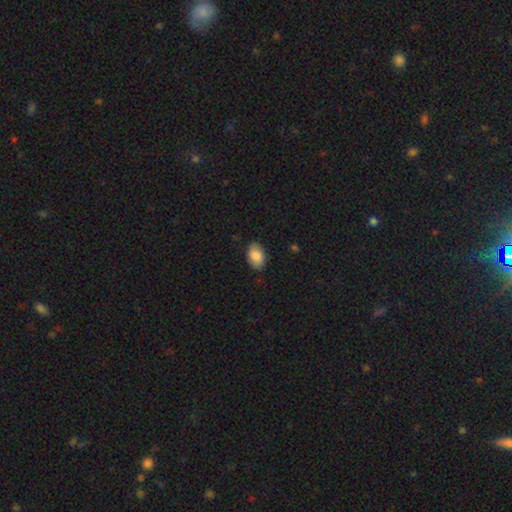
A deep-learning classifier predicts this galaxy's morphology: Q: Smooth or featured?
A: smooth (86%); runner-up: featured or disk (8%)
Q: How rounded?
A: in between (90%); runner-up: round (9%)
Q: Merging?
A: none (83%); runner-up: minor disturbance (13%)